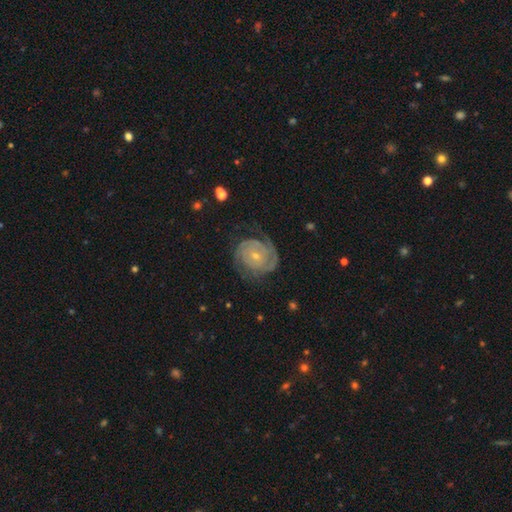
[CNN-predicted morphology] This appears to be a featured or disk galaxy (84%) with no bar (69%), 2 (52%) tight (71%) spiral arms (94%) and a small central bulge (69%). Merging: none (69%).